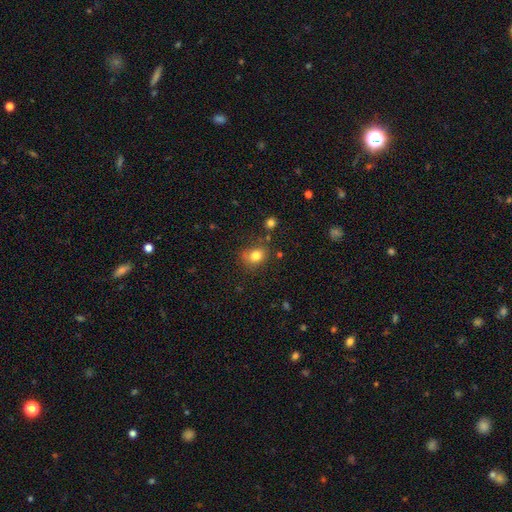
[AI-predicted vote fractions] Overall: smooth (80%). How rounded: round (60%; in between 39%). Merging: none (71%).